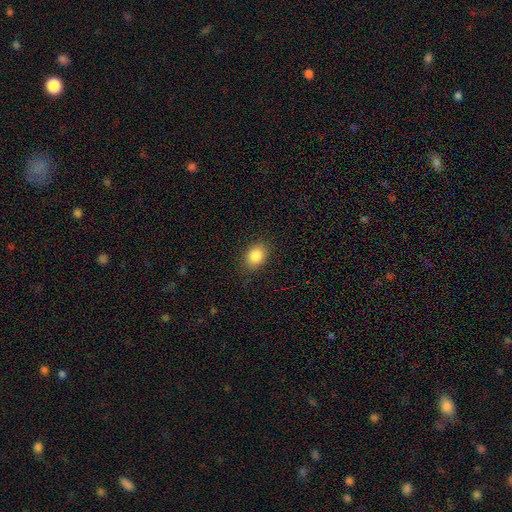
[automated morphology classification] Smooth or featured?
  - smooth: 85% *
  - star or artifact: 9%
  - featured or disk: 6%
How rounded?
  - in between: 62% *
  - round: 36%
  - cigar-shaped: 1%
Merging?
  - none: 85% *
  - minor disturbance: 11%
  - major disturbance: 3%
  - merger: 1%